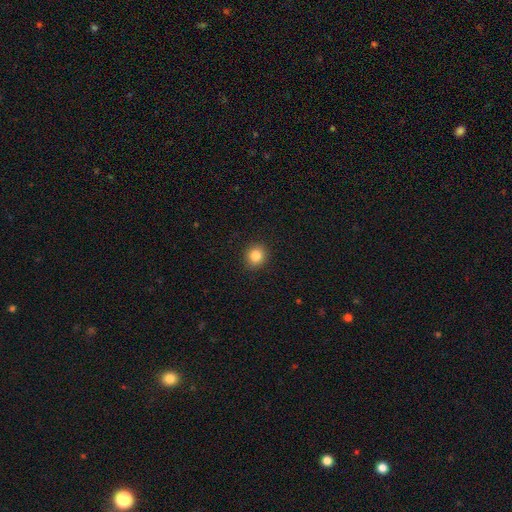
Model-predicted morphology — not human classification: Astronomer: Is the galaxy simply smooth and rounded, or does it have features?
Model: smooth — 84%.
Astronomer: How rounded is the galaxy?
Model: round — 85%.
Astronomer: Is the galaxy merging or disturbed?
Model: none — 91%.